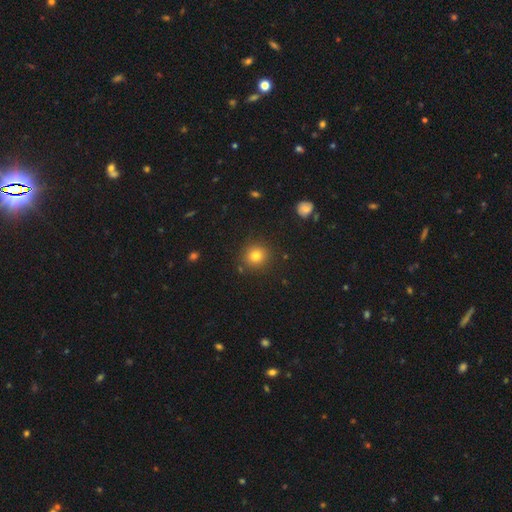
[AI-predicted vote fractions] This is clearly a smooth galaxy (81%). How rounded: clearly round (91%). Merging: clearly none (88%).